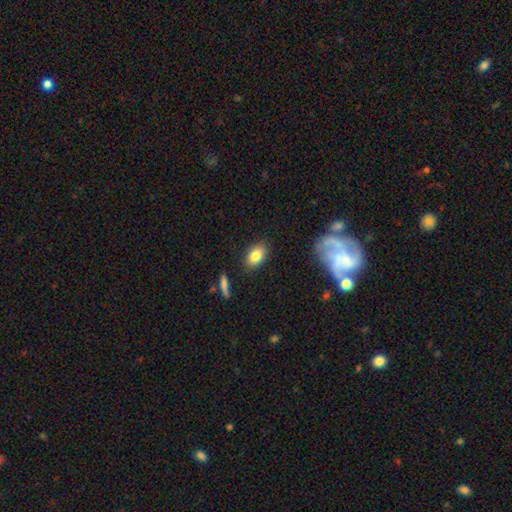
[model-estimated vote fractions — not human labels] A smooth galaxy with no disk features (82%) that is in between round and cigar-shaped (85%). Merging: none (85%).